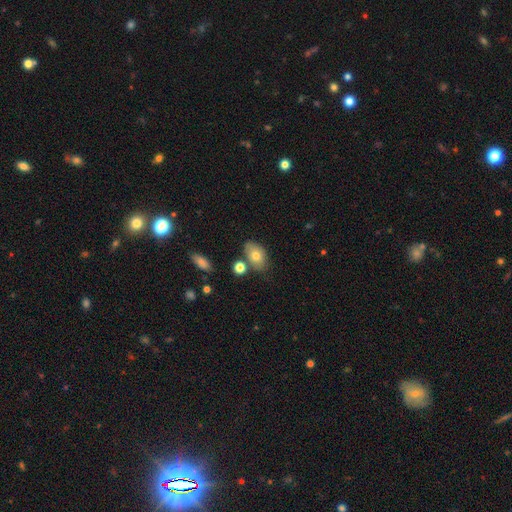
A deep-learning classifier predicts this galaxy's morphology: Smooth or featured?
  - smooth: 73% *
  - featured or disk: 19%
  - star or artifact: 9%
How rounded?
  - in between: 87% *
  - round: 12%
  - cigar-shaped: 2%
Merging?
  - none: 69% *
  - minor disturbance: 15%
  - merger: 12%
  - major disturbance: 4%